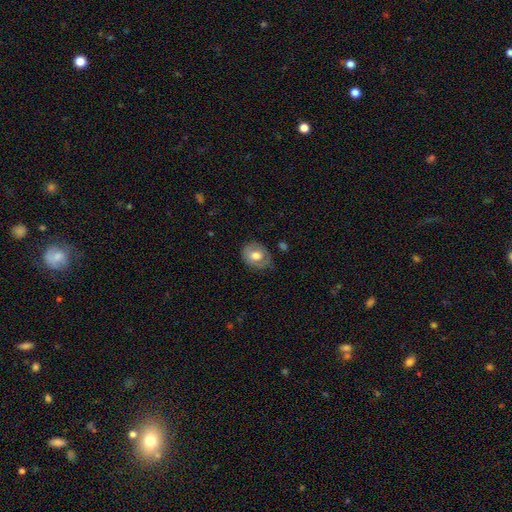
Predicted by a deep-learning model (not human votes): Smooth or featured: smooth — 60% (featured or disk — 33%)
How rounded: round — 53% (in between — 46%)
Merging: none — 68% (minor disturbance — 23%)